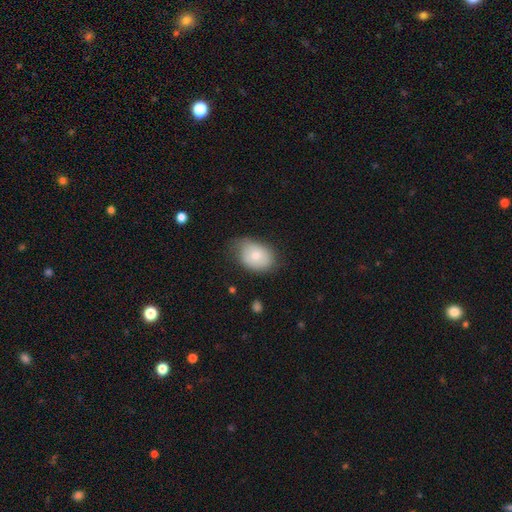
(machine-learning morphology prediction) The model was most divided on "merging": none: 61%, minor disturbance: 30%, major disturbance: 8%, merger: 2%. More confident: how rounded — in between (76%); smooth or featured — smooth (75%).